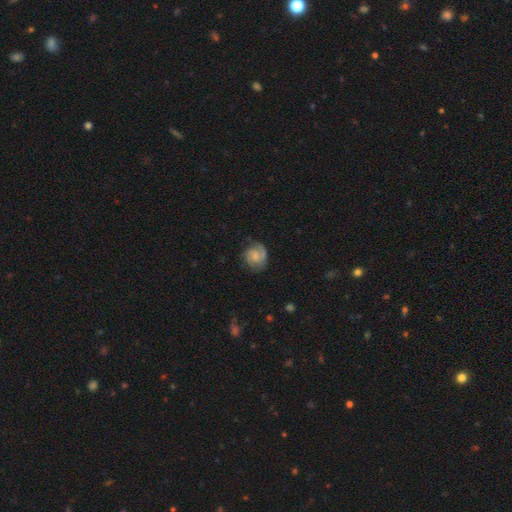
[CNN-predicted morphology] A featured or disk galaxy (60%) with no bar (62%), 2 (54%) tight (46%) spiral arms (91%) and a small central bulge (44%).

Vote fractions:
- Smooth or featured? featured or disk: 60% / smooth: 33% / star or artifact: 8%
- Edge-on disk? no: 98% / yes: 2%
- Bar? no: 62% / weak: 33% / strong: 5%
- Spiral arms? yes: 91% / no: 9%
- Spiral winding? tight: 46% / medium: 39% / loose: 15%
- Spiral arm count? 2: 54% / 1: 24% / can't tell: 14% / 3: 5% / 4: 1% / more than 4: 1%
- Bulge size? small: 44% / moderate: 26% / none: 23% / large: 5% / dominant: 1%
- Merging? none: 67% / minor disturbance: 21% / major disturbance: 10% / merger: 1%